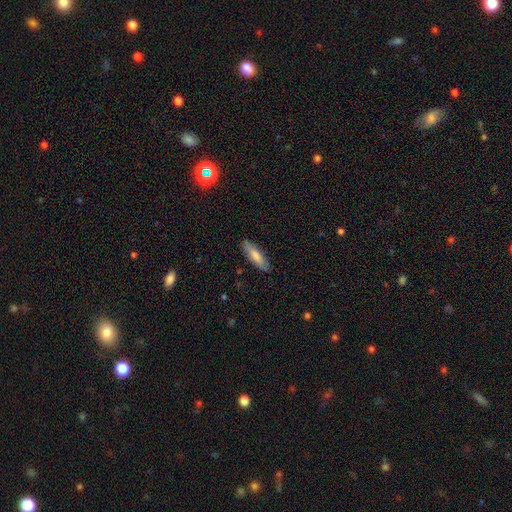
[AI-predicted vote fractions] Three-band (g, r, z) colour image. It shows a smooth galaxy with no disk features (79%) that is cigar-shaped (57%). Merging: none (86%).